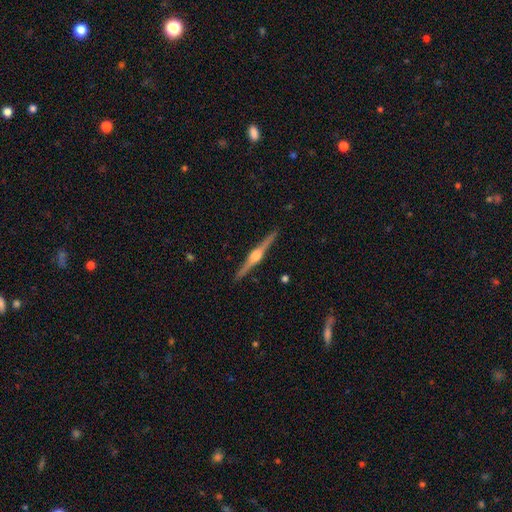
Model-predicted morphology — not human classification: Smooth or featured: featured or disk — 85% (smooth — 10%)
Edge-on disk: yes — 99% (no — 1%)
Edge-on bulge: rounded — 92% (boxy — 6%)
Merging: none — 92% (minor disturbance — 6%)